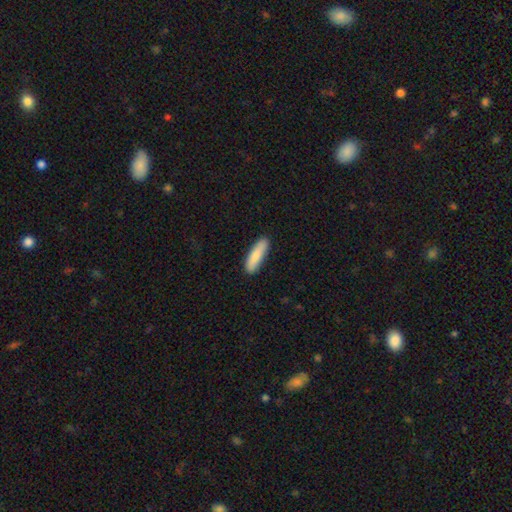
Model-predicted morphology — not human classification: smooth_or_featured: smooth (p=0.85) [alt: featured or disk p=0.09]
how_rounded: cigar-shaped (p=0.66) [alt: in between p=0.32]
merging: none (p=0.87) [alt: minor disturbance p=0.10]